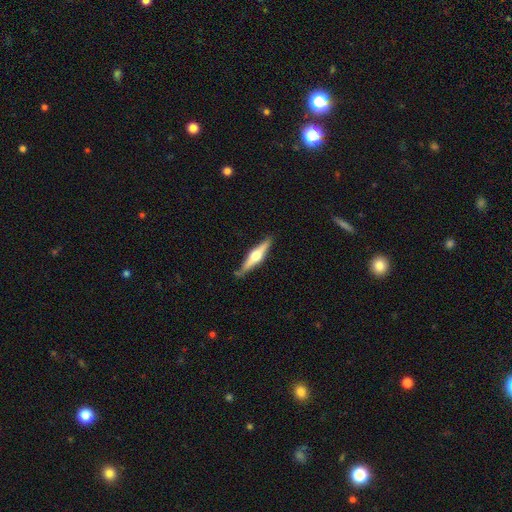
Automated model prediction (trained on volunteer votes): Smooth or featured? featured or disk (69%)
Edge-on disk? yes (97%)
Edge-on bulge? rounded (92%)
Merging? none (85%)